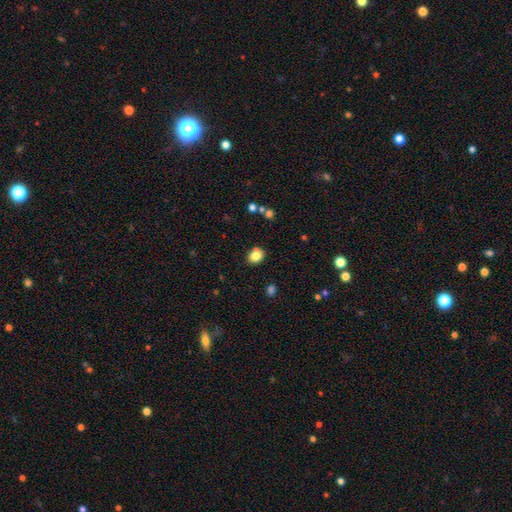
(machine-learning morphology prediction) smooth 82%, star or artifact 11%, featured or disk 7%. Down the decision tree: how rounded — round (57%); merging — none (81%).